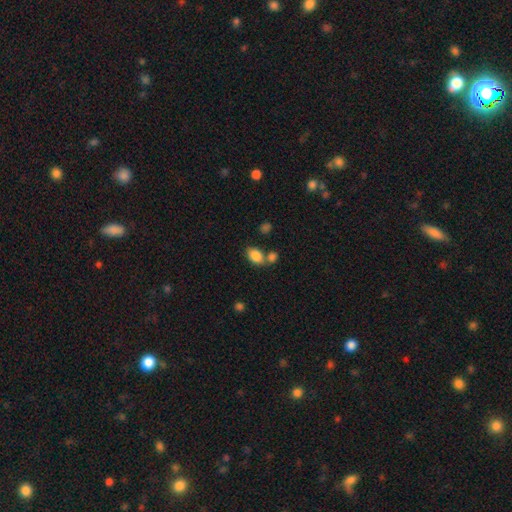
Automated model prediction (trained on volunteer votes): Morphology: type=smooth (86%); roundness=in between (84%); merging=none (52%).